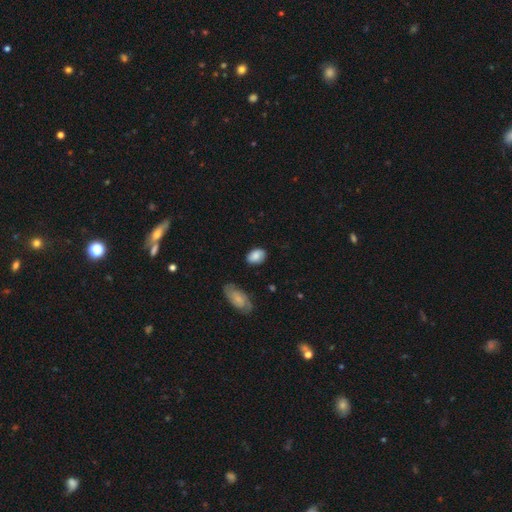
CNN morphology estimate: Smooth or featured: smooth — 80% (featured or disk — 13%)
How rounded: in between — 82% (round — 16%)
Merging: none — 76% (minor disturbance — 18%)